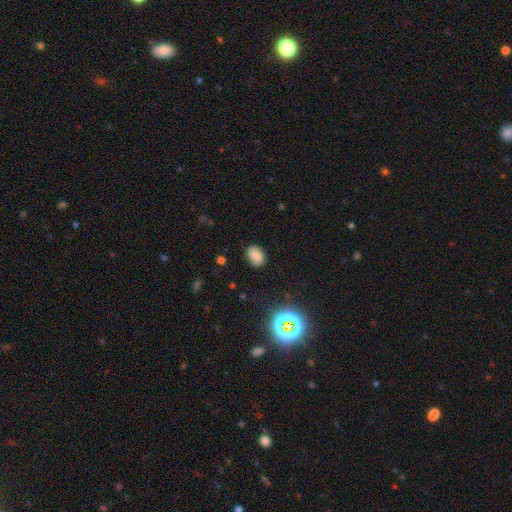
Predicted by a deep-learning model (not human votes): smooth-or-featured: smooth: 70% | featured or disk: 15% | star or artifact: 15%
  how-rounded: in between: 78% | round: 21% | cigar-shaped: 1%
  merging: none: 76% | minor disturbance: 18% | major disturbance: 4% | merger: 2%